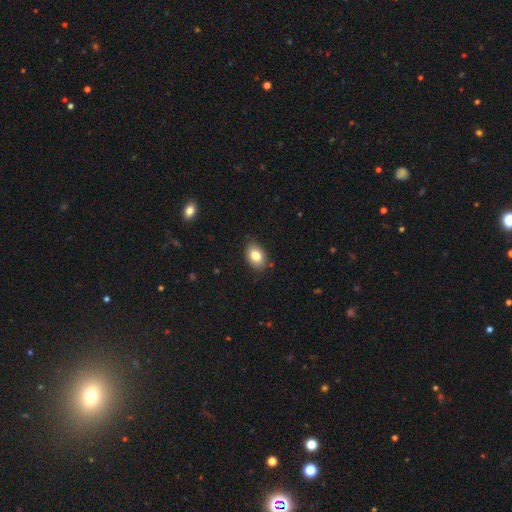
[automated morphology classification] The model was most divided on "how rounded": in between: 84%, round: 15%, cigar-shaped: 1%. More confident: merging — none (84%); smooth or featured — smooth (82%).